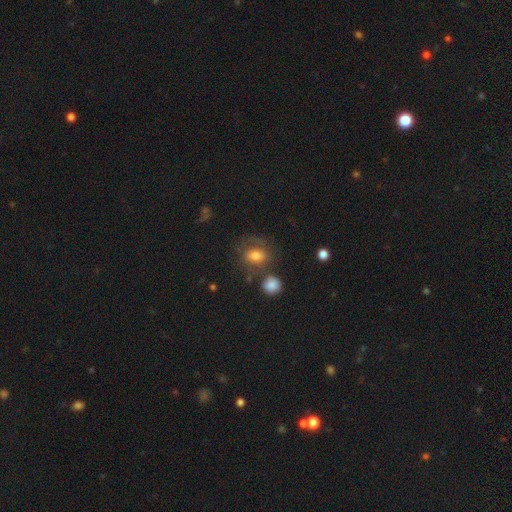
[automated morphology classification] A smooth galaxy with no disk features (60%) that is in between round and cigar-shaped (55%).

Vote fractions:
- Smooth or featured? smooth: 60% / featured or disk: 29% / star or artifact: 10%
- How rounded? in between: 55% / round: 43% / cigar-shaped: 2%
- Merging? none: 51% / major disturbance: 20% / minor disturbance: 20% / merger: 10%